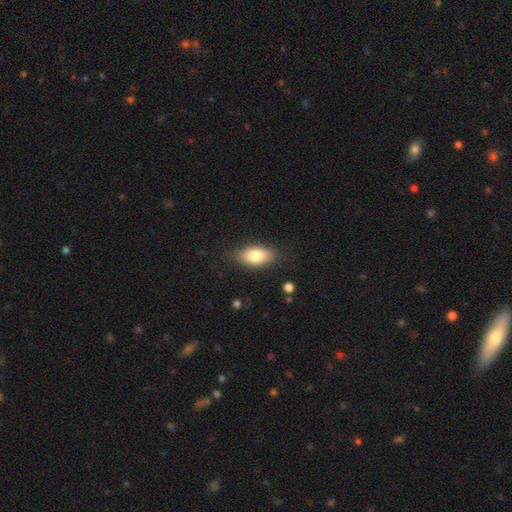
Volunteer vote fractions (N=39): smooth_or_featured: smooth (p=0.79) [alt: featured or disk p=0.13]
how_rounded: in between (p=0.94) [alt: round p=0.03]
merging: none (p=0.72) [alt: minor disturbance p=0.19]